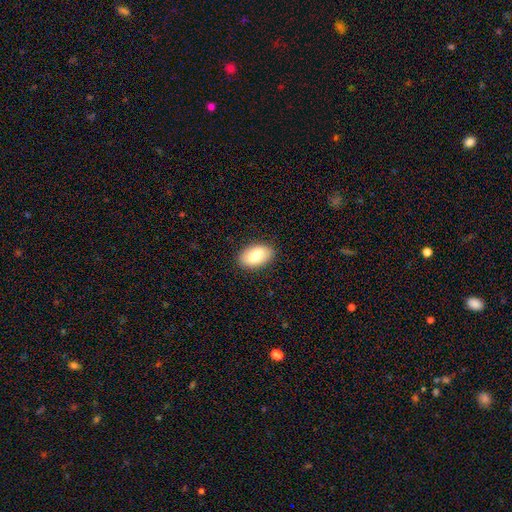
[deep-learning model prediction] The model was most divided on "smooth or featured": smooth: 75%, featured or disk: 18%, star or artifact: 7%. More confident: how rounded — in between (93%); merging — none (87%).